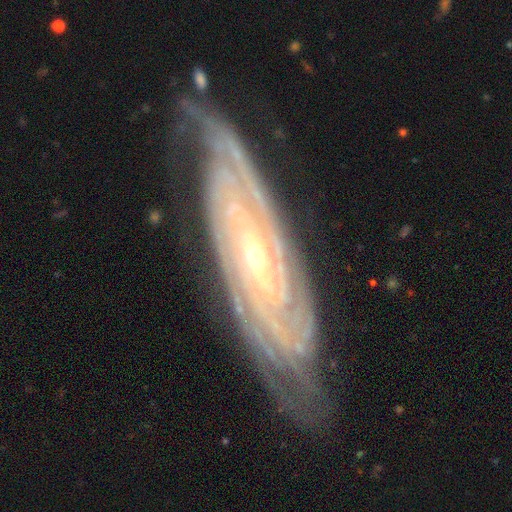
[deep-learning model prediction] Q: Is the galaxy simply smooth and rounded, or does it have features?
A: featured or disk — 91%.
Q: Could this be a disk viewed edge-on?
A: no — 88%.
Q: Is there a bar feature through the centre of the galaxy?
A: no — 46%.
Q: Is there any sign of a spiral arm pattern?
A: yes — 98%.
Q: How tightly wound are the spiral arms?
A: tight — 81%.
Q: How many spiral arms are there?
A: can't tell — 24%.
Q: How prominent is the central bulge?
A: small — 72%.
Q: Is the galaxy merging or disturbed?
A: none — 79%.